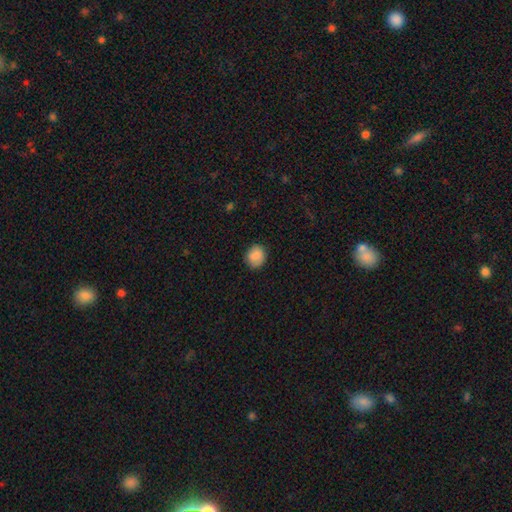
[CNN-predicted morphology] This is clearly a smooth galaxy (87%). How rounded: likely round (72%). Merging: clearly none (86%).